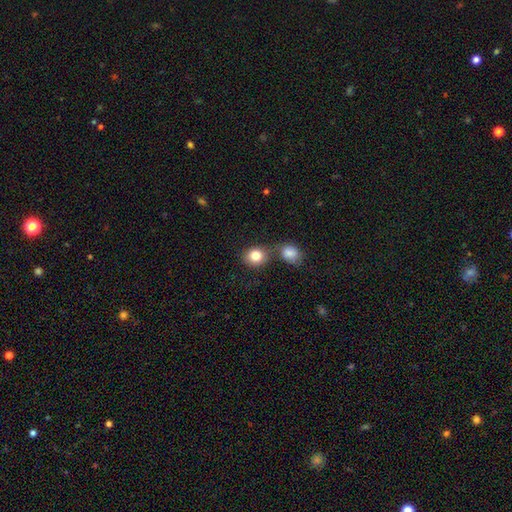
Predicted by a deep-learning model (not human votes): smooth 83%, star or artifact 9%, featured or disk 7%. Down the decision tree: how rounded — round (72%); merging — none (60%).